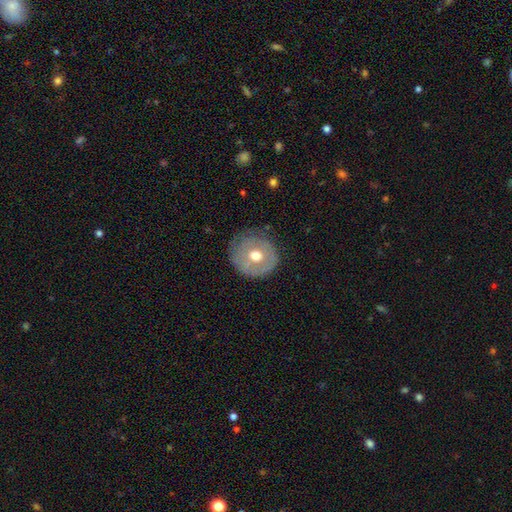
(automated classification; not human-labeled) Q: Smooth or featured?
A: smooth (53%); runner-up: featured or disk (41%)
Q: How rounded?
A: round (88%); runner-up: in between (11%)
Q: Merging?
A: none (72%); runner-up: minor disturbance (19%)